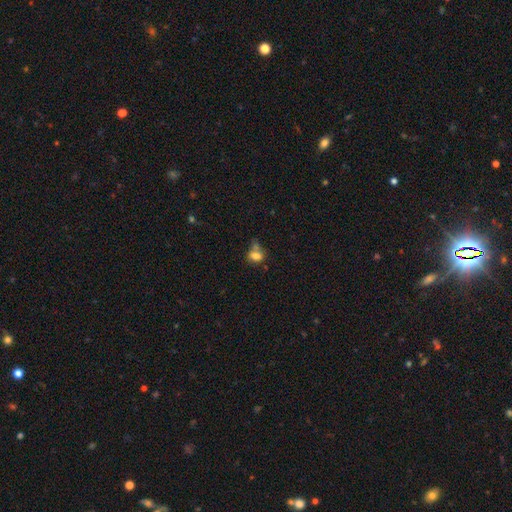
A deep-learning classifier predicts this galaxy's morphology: smooth 75%, featured or disk 13%, star or artifact 12%. Down the decision tree: how rounded — in between (71%); merging — none (35%).